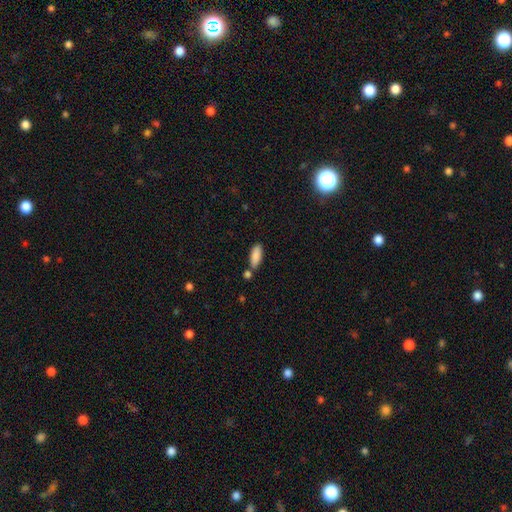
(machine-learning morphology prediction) smooth-or-featured: smooth: 88% | star or artifact: 7% | featured or disk: 5%
  how-rounded: in between: 76% | cigar-shaped: 22% | round: 2%
  merging: none: 71% | merger: 14% | minor disturbance: 13% | major disturbance: 3%